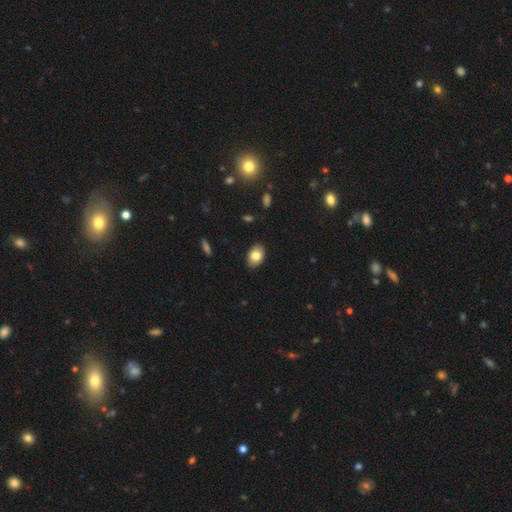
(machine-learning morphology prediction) smooth_or_featured: smooth (p=0.82) [alt: featured or disk p=0.10]
how_rounded: in between (p=0.84) [alt: round p=0.15]
merging: none (p=0.88) [alt: minor disturbance p=0.09]